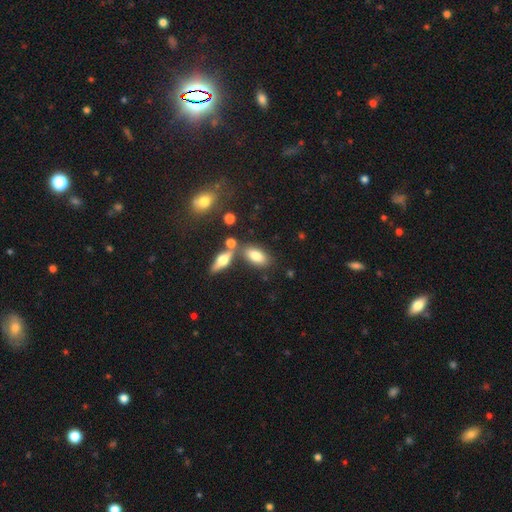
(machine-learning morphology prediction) smooth 76%, featured or disk 16%, star or artifact 8%. Down the decision tree: how rounded — in between (85%); merging — none (64%).